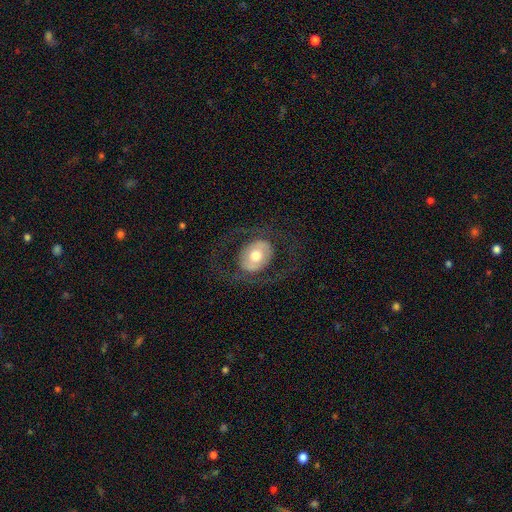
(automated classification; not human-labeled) Overall: featured or disk (52%; smooth 41%). Edge-on disk: no (94%). Merging: none (73%).